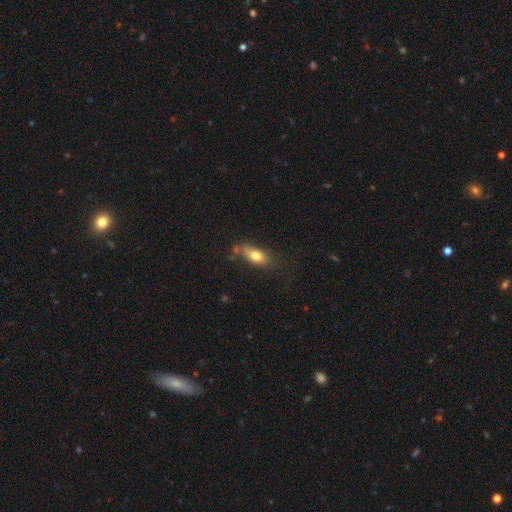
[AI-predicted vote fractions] smooth-or-featured: smooth: 75% | featured or disk: 17% | star or artifact: 8%
  how-rounded: in between: 79% | cigar-shaped: 15% | round: 5%
  merging: none: 57% | minor disturbance: 25% | merger: 9% | major disturbance: 9%